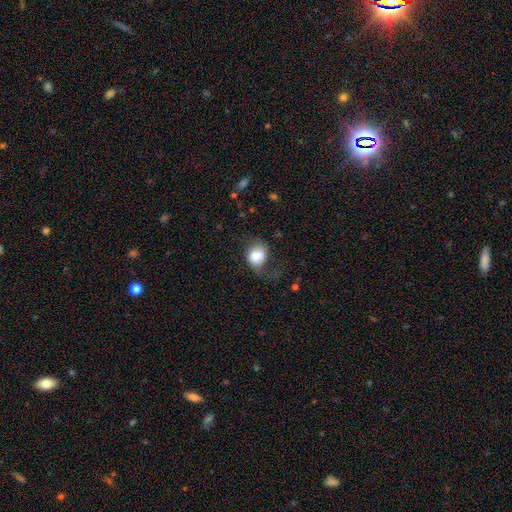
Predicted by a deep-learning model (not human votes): smooth_or_featured: smooth (p=0.68) [alt: featured or disk p=0.24]
how_rounded: round (p=0.53) [alt: in between p=0.47]
merging: none (p=0.37) [alt: major disturbance p=0.35]